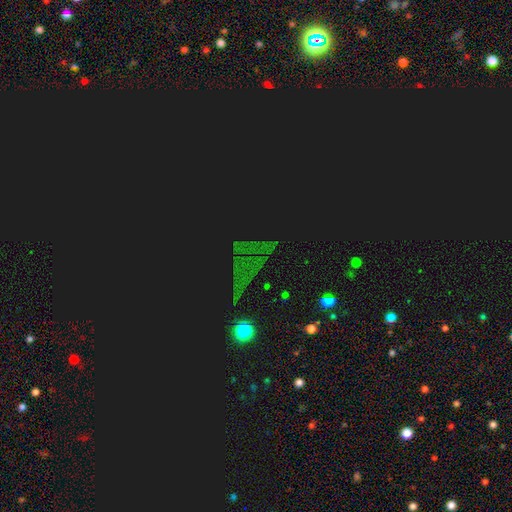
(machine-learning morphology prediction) smooth-or-featured: star or artifact: 75% | smooth: 14% | featured or disk: 10%